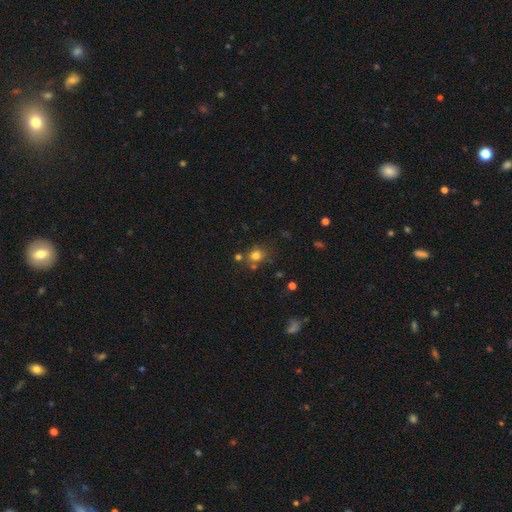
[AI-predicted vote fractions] Morphology: type=smooth (74%); roundness=round (73%); merging=none (63%).